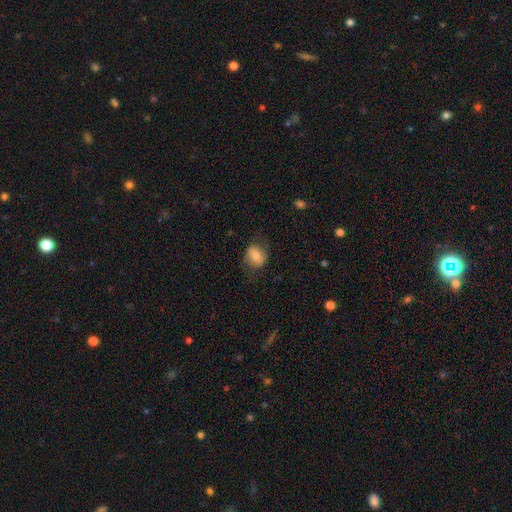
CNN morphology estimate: This is likely a smooth galaxy (72%). How rounded: likely in between (66%). Merging: likely none (68%).